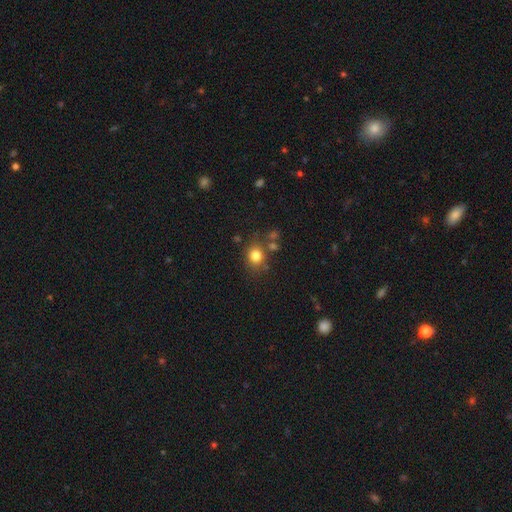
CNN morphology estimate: type=smooth (80%); roundness=round (73%); merging=none (73%).